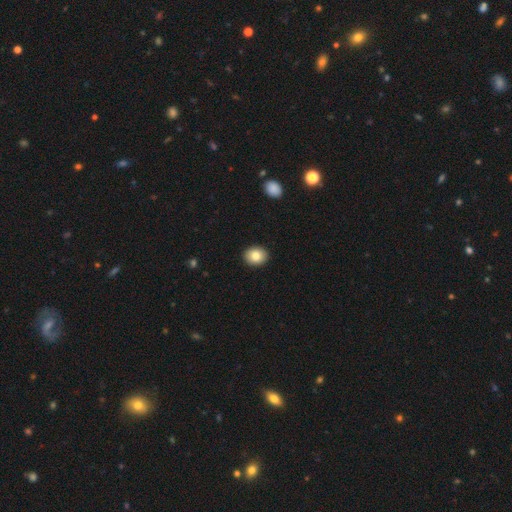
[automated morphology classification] Smooth or featured? Predicted: smooth (p=0.83). How rounded? Predicted: in between (p=0.53). Merging? Predicted: none (p=0.91).